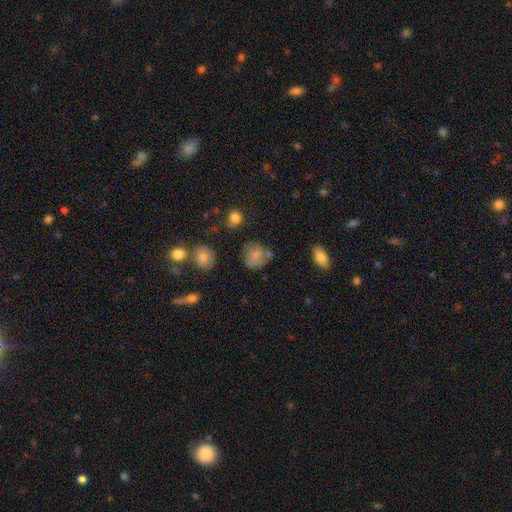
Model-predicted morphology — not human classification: This is likely a smooth galaxy (73%). How rounded: likely round (70%). Merging: possibly none (54%).